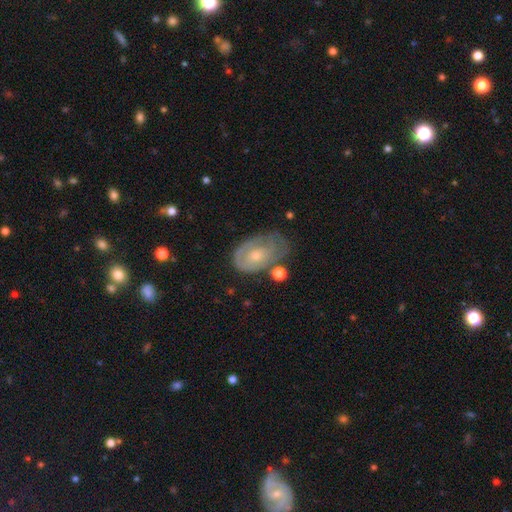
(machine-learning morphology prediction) smooth-or-featured: featured or disk: 61% | smooth: 32% | star or artifact: 7%
  disk-edge-on: no: 94% | yes: 6%
    bar: no: 78% | weak: 19% | strong: 3%
    has-spiral-arms: yes: 66% | no: 34%
    bulge-size: small: 50% | moderate: 44% | none: 3% | large: 3% | dominant: 1%
  merging: none: 54% | minor disturbance: 27% | major disturbance: 14% | merger: 5%